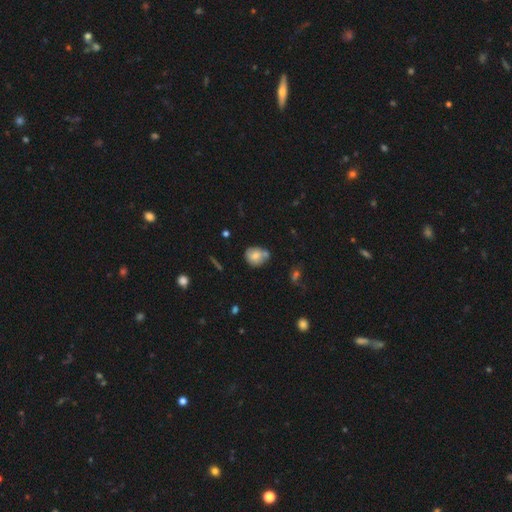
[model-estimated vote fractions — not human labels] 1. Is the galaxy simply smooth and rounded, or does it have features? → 70% smooth, 21% featured or disk, 10% star or artifact.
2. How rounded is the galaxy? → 70% round, 29% in between, 1% cigar-shaped.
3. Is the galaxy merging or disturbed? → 50% none, 23% minor disturbance, 21% merger, 6% major disturbance.